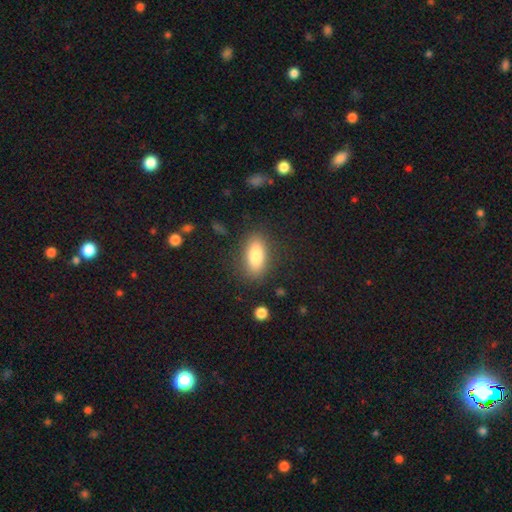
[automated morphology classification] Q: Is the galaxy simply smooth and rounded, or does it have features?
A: smooth — 81%.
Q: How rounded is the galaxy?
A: in between — 85%.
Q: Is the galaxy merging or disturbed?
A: none — 83%.